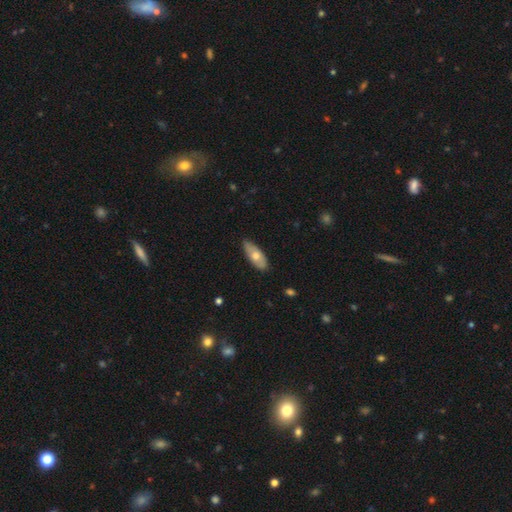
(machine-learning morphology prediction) The model was most divided on "smooth or featured": smooth: 59%, featured or disk: 35%, star or artifact: 6%. More confident: merging — none (82%); how rounded — in between (79%).